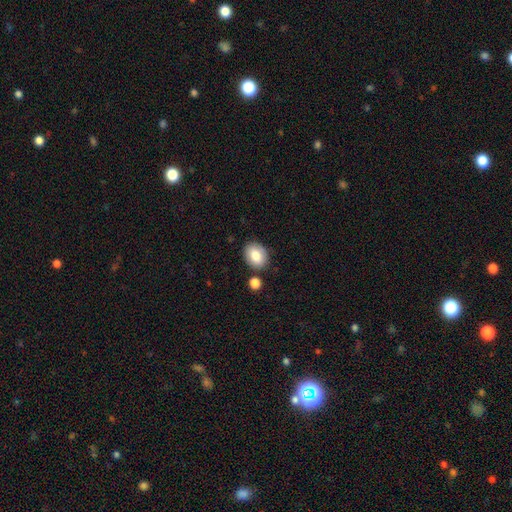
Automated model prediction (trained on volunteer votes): smooth-or-featured: smooth: 81% | featured or disk: 11% | star or artifact: 8%
  how-rounded: in between: 60% | round: 39% | cigar-shaped: 1%
  merging: none: 79% | minor disturbance: 11% | merger: 7% | major disturbance: 3%